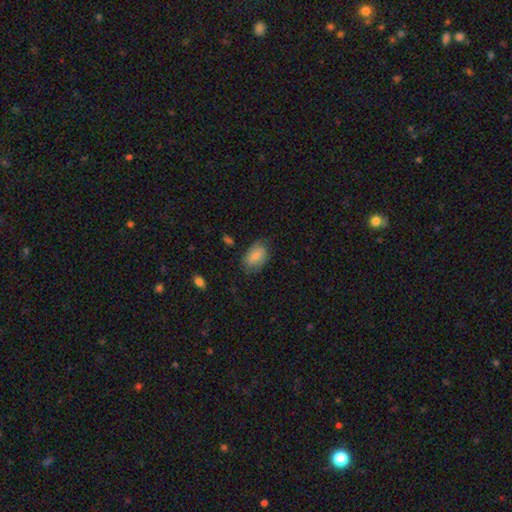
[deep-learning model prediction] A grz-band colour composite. It shows a smooth galaxy with no disk features (74%) that is in between round and cigar-shaped (87%). Merging: none (67%).